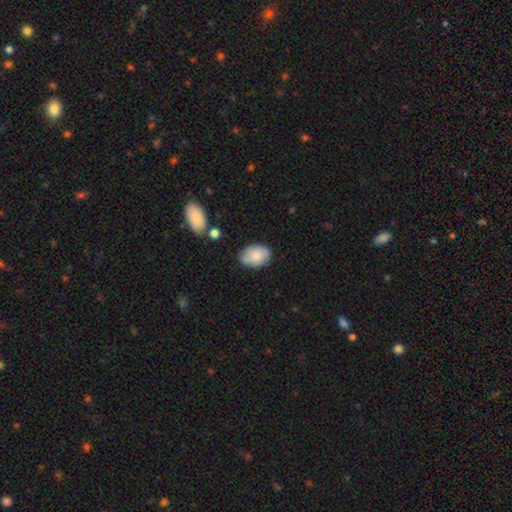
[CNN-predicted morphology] smooth-or-featured: smooth: 70% | featured or disk: 23% | star or artifact: 7%
  how-rounded: in between: 81% | round: 18% | cigar-shaped: 1%
  merging: none: 74% | minor disturbance: 19% | major disturbance: 4% | merger: 3%